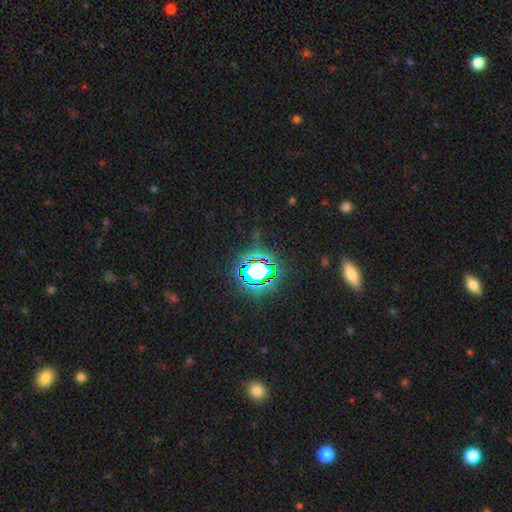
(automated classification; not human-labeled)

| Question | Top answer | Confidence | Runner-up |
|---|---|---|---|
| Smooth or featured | star or artifact | 78% | smooth (14%) |